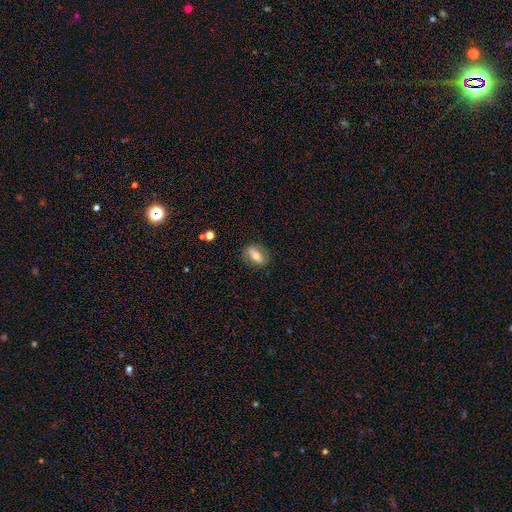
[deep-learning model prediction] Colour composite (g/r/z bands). It shows a smooth galaxy with no disk features (56%) that is in between round and cigar-shaped (72%). Merging: none (81%).